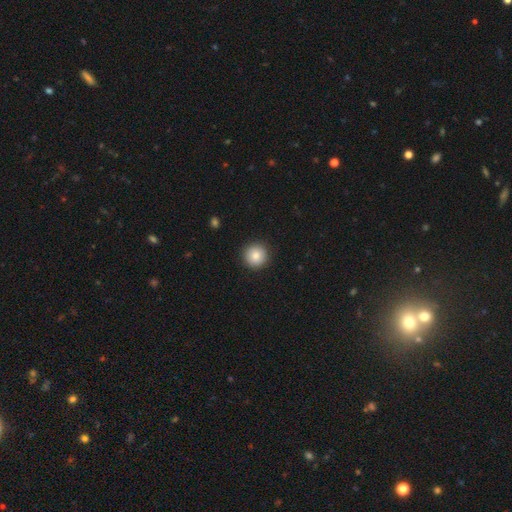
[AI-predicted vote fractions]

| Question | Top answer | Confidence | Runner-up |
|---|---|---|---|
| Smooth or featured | smooth | 84% | star or artifact (9%) |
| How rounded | round | 96% | in between (3%) |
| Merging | none | 92% | minor disturbance (5%) |